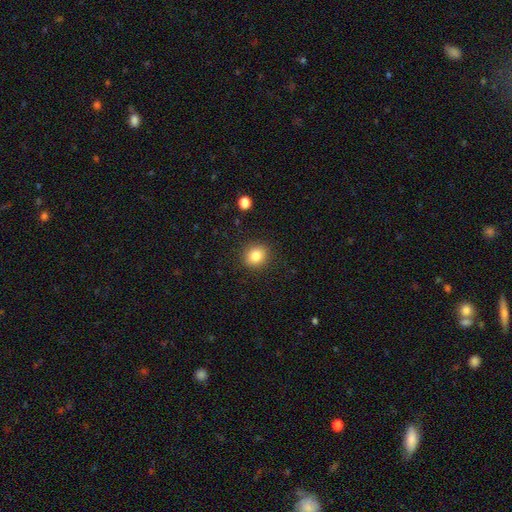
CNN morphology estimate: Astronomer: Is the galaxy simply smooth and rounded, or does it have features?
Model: smooth — 83%.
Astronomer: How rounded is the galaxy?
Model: round — 73%.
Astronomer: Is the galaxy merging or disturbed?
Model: none — 89%.